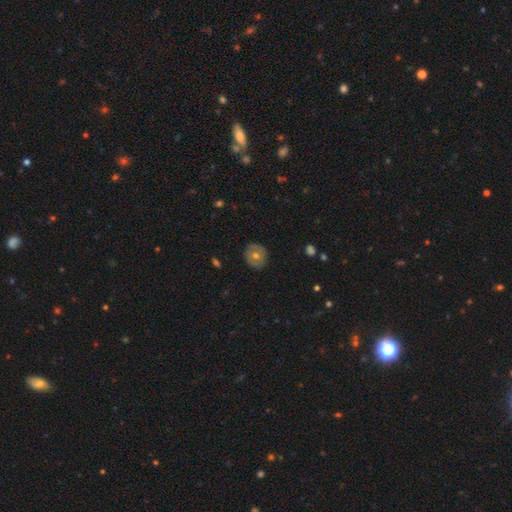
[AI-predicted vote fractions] Smooth or featured? smooth (57%)
How rounded? round (85%)
Merging? none (86%)